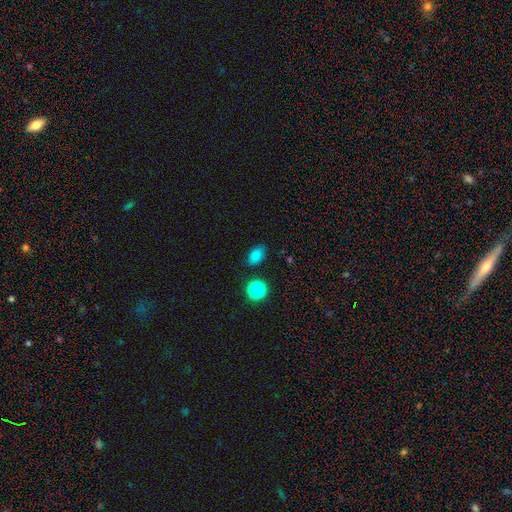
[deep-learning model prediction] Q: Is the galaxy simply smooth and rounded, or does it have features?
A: smooth — 81%.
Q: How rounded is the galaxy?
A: in between — 81%.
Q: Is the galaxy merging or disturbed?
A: none — 81%.